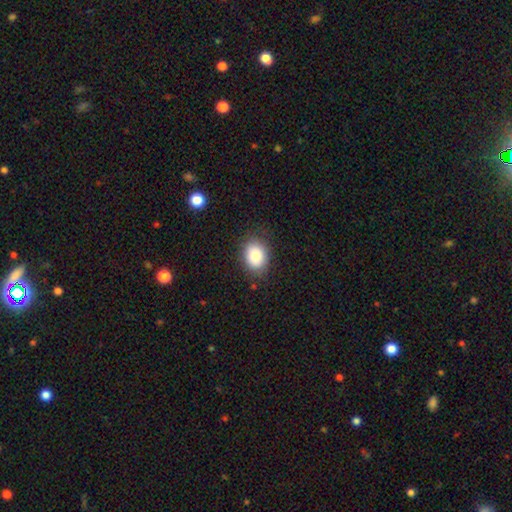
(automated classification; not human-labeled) Overall: smooth (83%). How rounded: in between (63%; round 36%). Merging: none (83%).